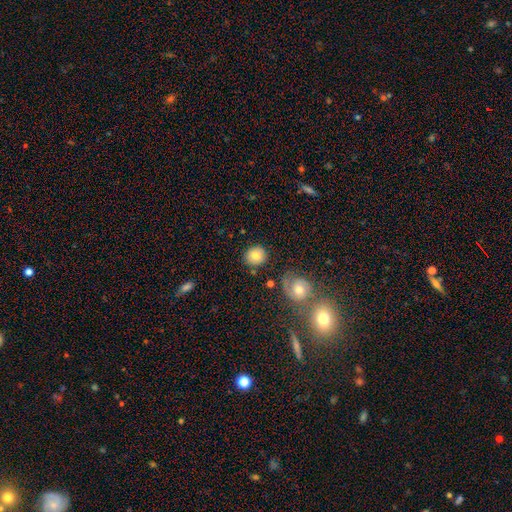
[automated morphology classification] The model was most divided on "smooth or featured": smooth: 78%, featured or disk: 14%, star or artifact: 8%. More confident: how rounded — round (85%); merging — none (83%).